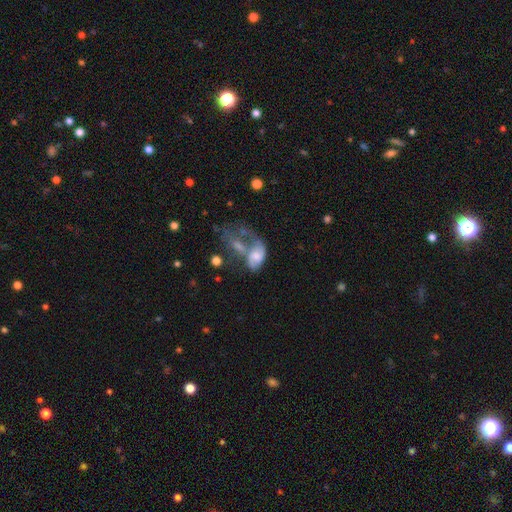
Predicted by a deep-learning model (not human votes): Smooth or featured?
  - featured or disk: 48% *
  - smooth: 43%
  - star or artifact: 9%
Merging?
  - merger: 45% *
  - major disturbance: 26%
  - none: 16%
  - minor disturbance: 13%